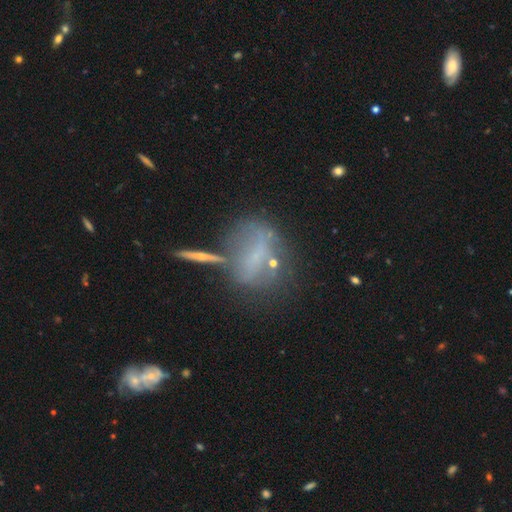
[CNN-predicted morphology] type=featured or disk (45%); merging=none (43%).